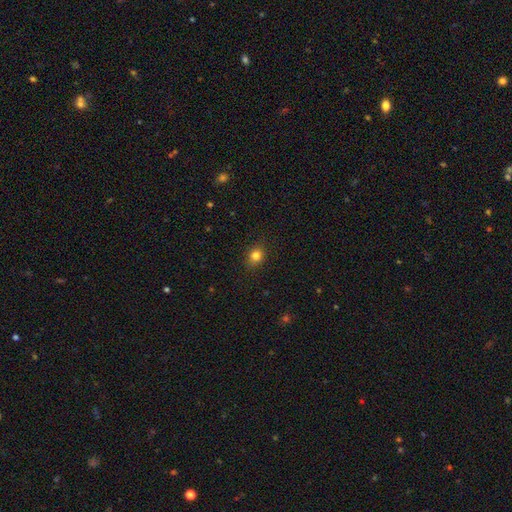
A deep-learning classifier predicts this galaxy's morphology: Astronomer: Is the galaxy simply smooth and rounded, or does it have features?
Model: smooth — 81%.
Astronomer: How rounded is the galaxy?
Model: round — 60% (runner-up: in between, 39%).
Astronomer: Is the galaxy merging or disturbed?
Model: none — 87%.